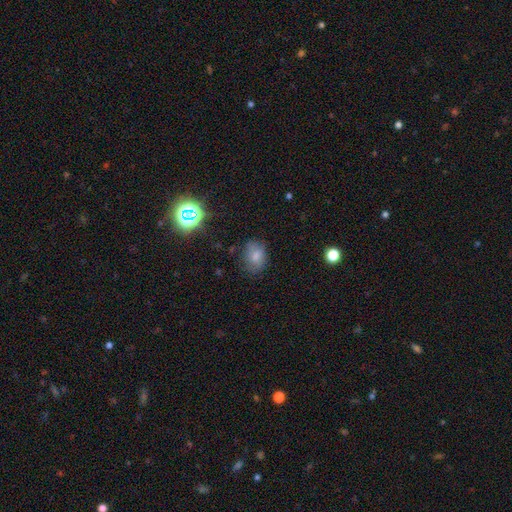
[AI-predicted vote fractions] smooth-or-featured: smooth: 75% | star or artifact: 13% | featured or disk: 12%
  how-rounded: in between: 71% | round: 28% | cigar-shaped: 1%
  merging: none: 74% | minor disturbance: 19% | major disturbance: 5% | merger: 2%